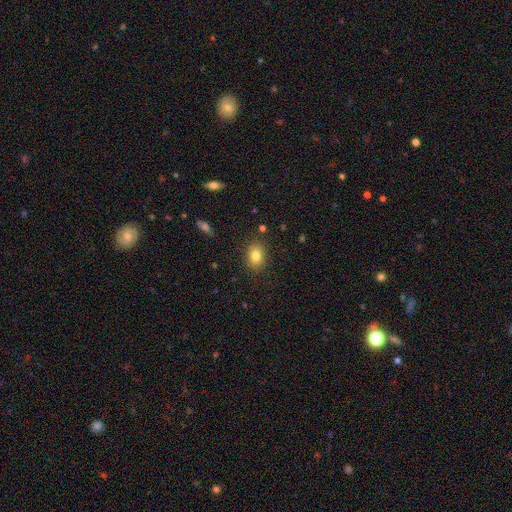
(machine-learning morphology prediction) Q: Smooth or featured?
A: smooth (81%); runner-up: star or artifact (10%)
Q: How rounded?
A: in between (67%); runner-up: round (32%)
Q: Merging?
A: none (86%); runner-up: minor disturbance (10%)